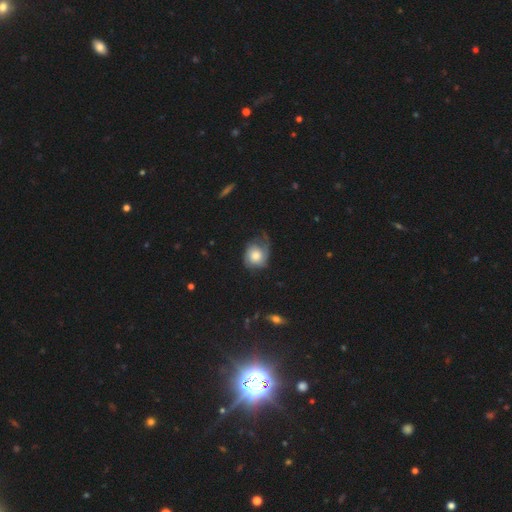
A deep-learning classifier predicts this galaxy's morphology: Overall: featured or disk (56%; smooth 37%). Edge-on disk: no (97%). Bar: no (80%). Spiral arms: yes (87%). Bulge size: moderate (54%; large 23%). Merging: none (45%; minor disturbance 27%).